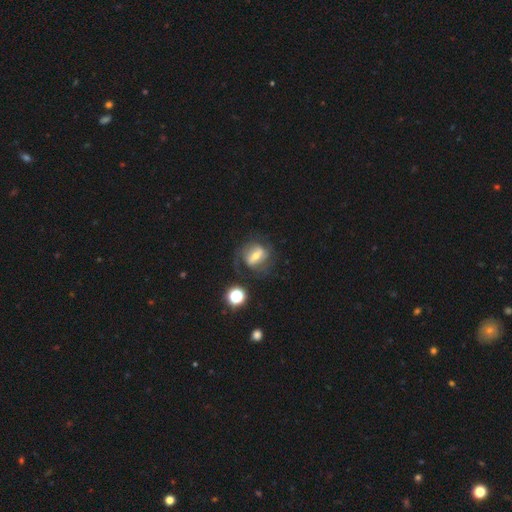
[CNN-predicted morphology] type=featured or disk (64%); edge-on=no (92%); bar=strong (47%); spiral arms=yes (72%); bulge=moderate (60%); merging=none (56%).